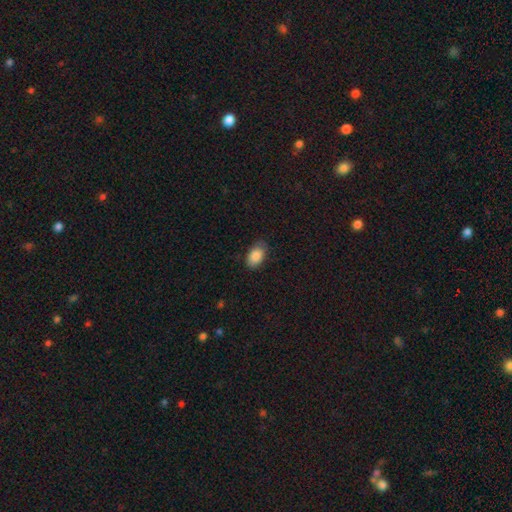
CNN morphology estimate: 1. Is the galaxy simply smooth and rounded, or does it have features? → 88% smooth, 7% star or artifact, 5% featured or disk.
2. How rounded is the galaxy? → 91% in between, 7% round, 1% cigar-shaped.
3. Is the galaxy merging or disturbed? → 77% none, 18% minor disturbance, 4% major disturbance, 1% merger.